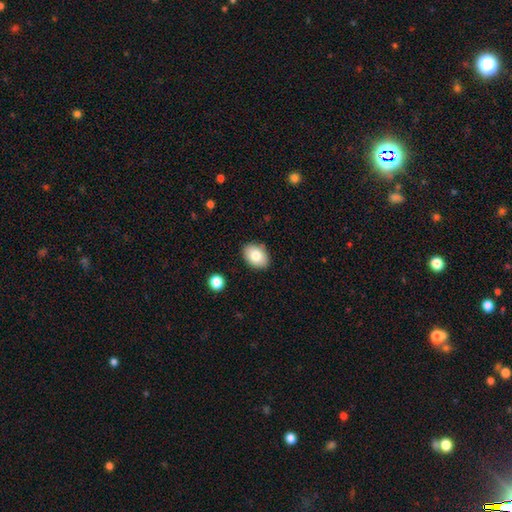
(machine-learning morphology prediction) type=smooth (81%); roundness=in between (78%); merging=none (87%).